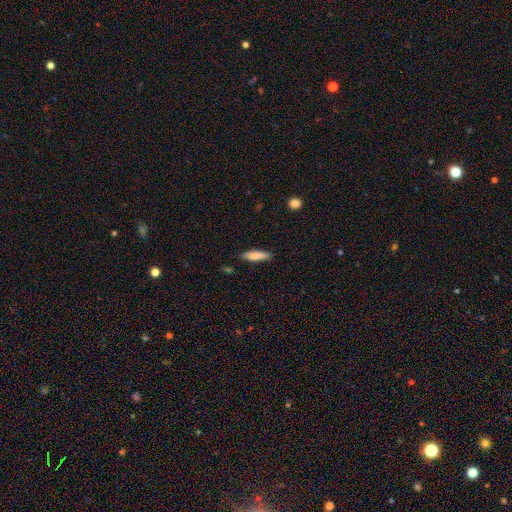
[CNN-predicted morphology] smooth_or_featured: smooth (p=0.82) [alt: featured or disk p=0.12]
how_rounded: cigar-shaped (p=0.73) [alt: in between p=0.25]
merging: none (p=0.86) [alt: minor disturbance p=0.11]